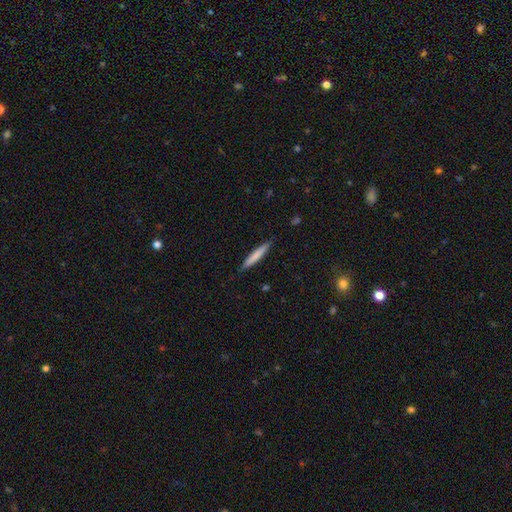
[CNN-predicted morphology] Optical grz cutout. It shows a smooth galaxy with no disk features (73%) that is cigar-shaped (95%). Merging: none (89%).